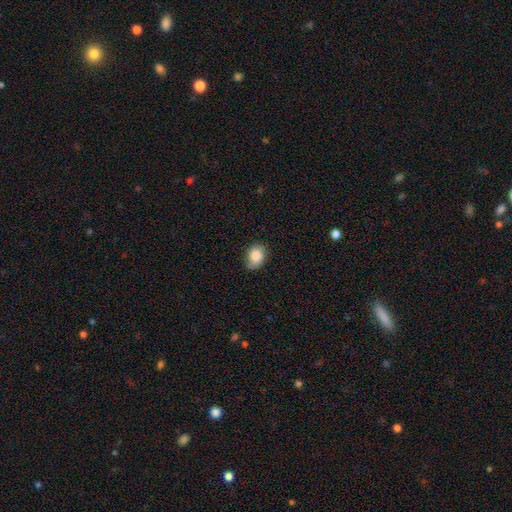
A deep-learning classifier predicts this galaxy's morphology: Smooth or featured?
  - smooth: 83% *
  - featured or disk: 9%
  - star or artifact: 8%
How rounded?
  - in between: 64% *
  - round: 34%
  - cigar-shaped: 1%
Merging?
  - none: 72% *
  - minor disturbance: 23%
  - major disturbance: 4%
  - merger: 1%